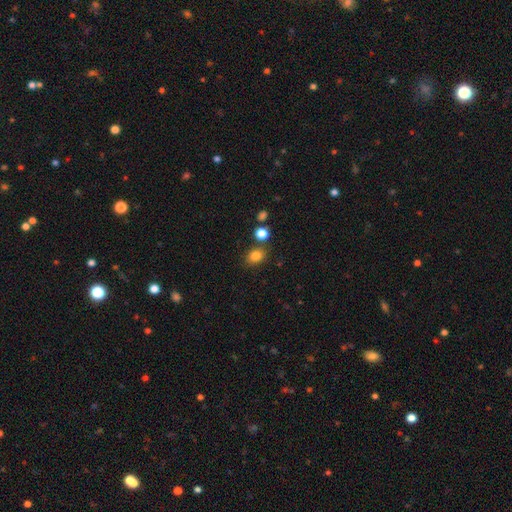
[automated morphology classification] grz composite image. It shows a smooth galaxy with no disk features (82%) that is in between round and cigar-shaped (51%). Merging: none (76%).